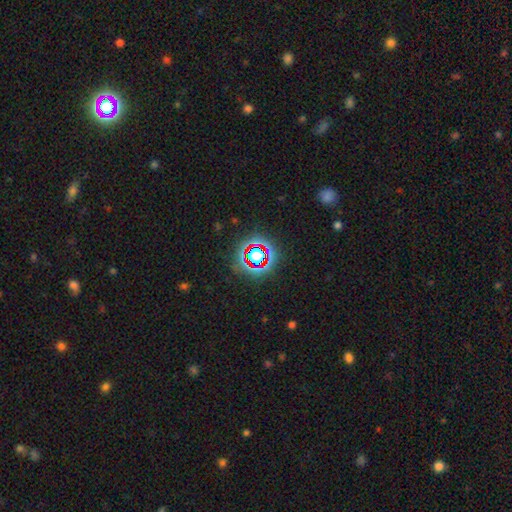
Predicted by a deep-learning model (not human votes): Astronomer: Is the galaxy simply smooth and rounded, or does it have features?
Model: star or artifact — 67%.